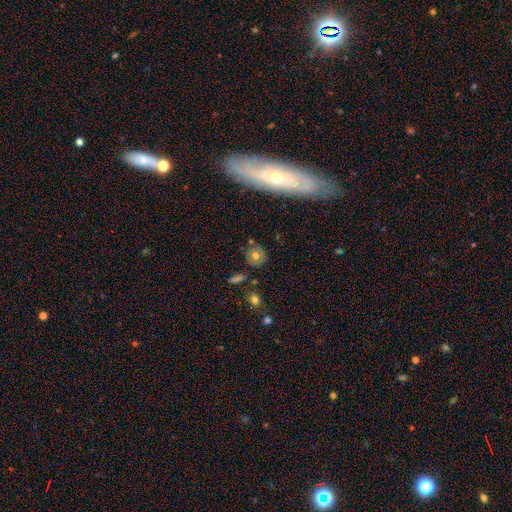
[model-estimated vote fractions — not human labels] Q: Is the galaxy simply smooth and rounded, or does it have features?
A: smooth — 62%.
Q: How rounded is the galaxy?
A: round — 85%.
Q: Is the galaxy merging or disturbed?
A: none — 78%.